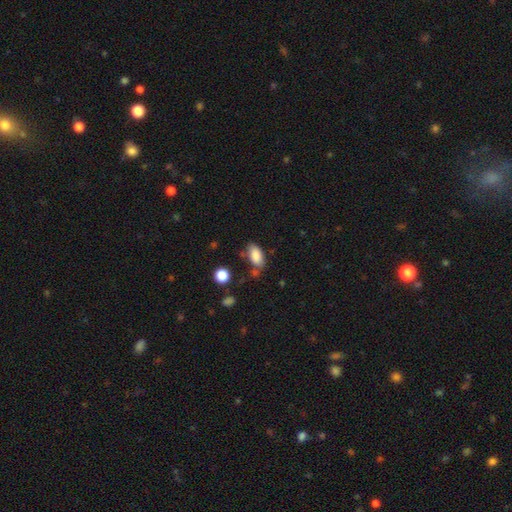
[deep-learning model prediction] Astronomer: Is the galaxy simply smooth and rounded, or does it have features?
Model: smooth — 85%.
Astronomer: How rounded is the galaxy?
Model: in between — 91%.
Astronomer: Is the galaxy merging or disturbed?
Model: none — 62%.